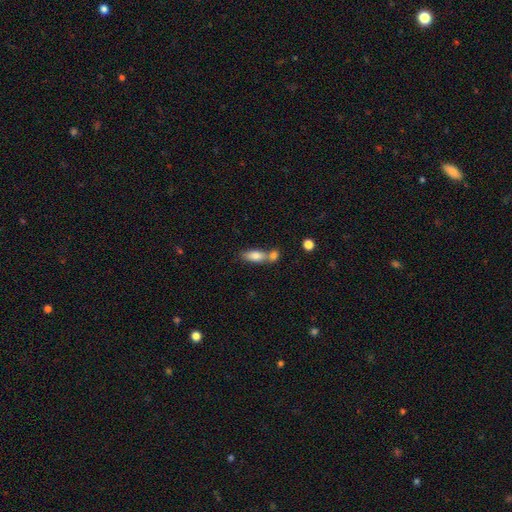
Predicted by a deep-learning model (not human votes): Smooth or featured? smooth (77%)
How rounded? in between (79%)
Merging? merger (48%)